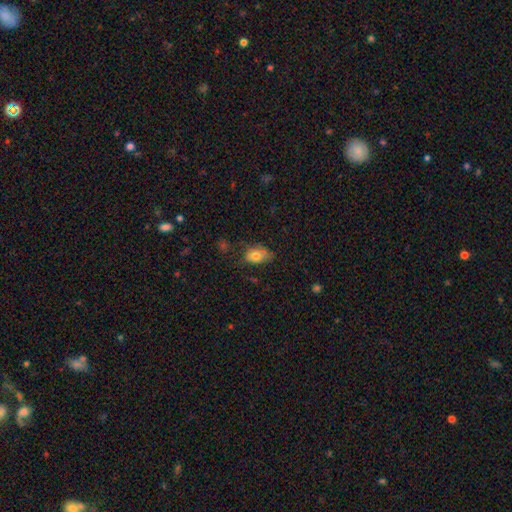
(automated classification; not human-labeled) smooth_or_featured: smooth (p=0.77) [alt: featured or disk p=0.15]
how_rounded: in between (p=0.85) [alt: round p=0.14]
merging: none (p=0.53) [alt: minor disturbance p=0.32]